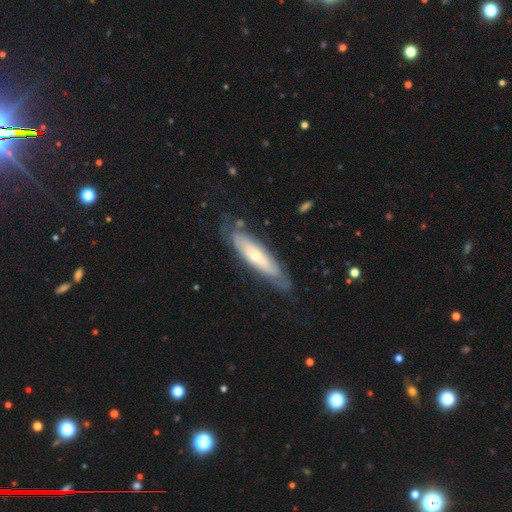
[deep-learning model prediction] The model was most divided on "edge-on disk": no: 65%, yes: 35%. More confident: merging — none (71%); smooth or featured — featured or disk (65%).